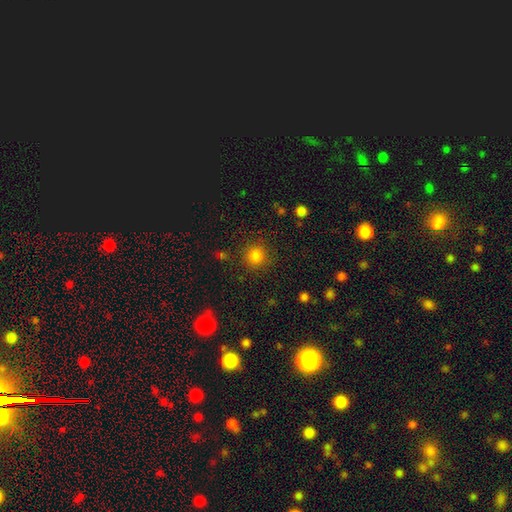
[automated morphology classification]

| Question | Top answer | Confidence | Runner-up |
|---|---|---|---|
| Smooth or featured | smooth | 83% | star or artifact (13%) |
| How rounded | round | 93% | in between (6%) |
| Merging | none | 88% | minor disturbance (7%) |